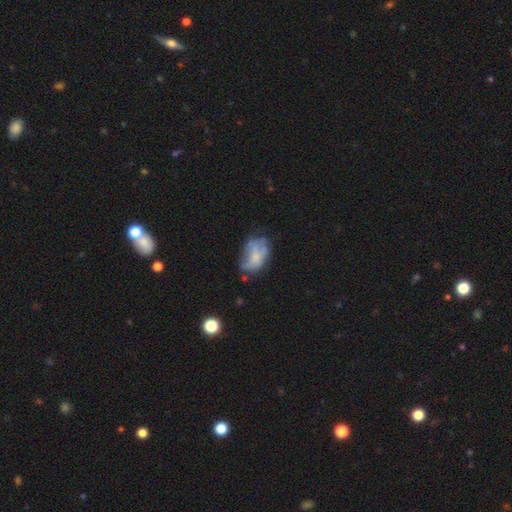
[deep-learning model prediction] A smooth galaxy with no disk features (49%).

Vote fractions:
- Smooth or featured? smooth: 49% / featured or disk: 40% / star or artifact: 10%
- Merging? none: 36% / minor disturbance: 31% / major disturbance: 26% / merger: 7%